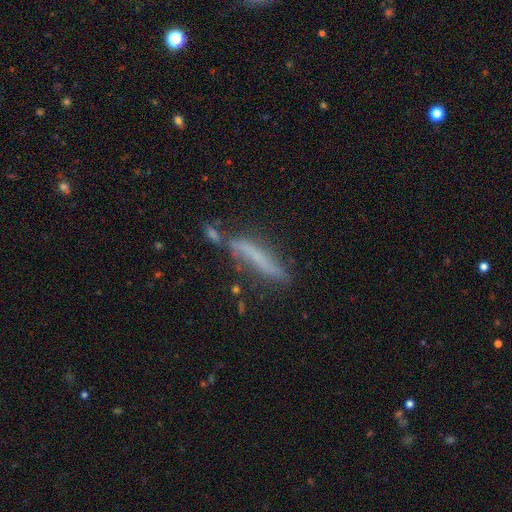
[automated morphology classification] smooth 48%, featured or disk 42%, star or artifact 10%. Down the decision tree: merging — none (51%).